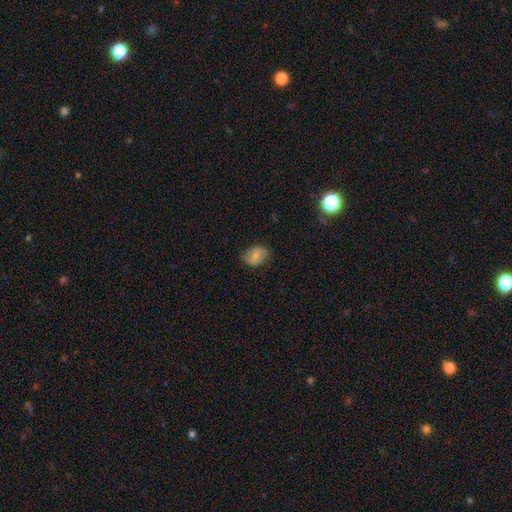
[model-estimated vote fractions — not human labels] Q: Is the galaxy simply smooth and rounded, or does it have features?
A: smooth — 70%.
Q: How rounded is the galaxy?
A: in between — 73%.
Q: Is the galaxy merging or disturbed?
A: none — 78%.